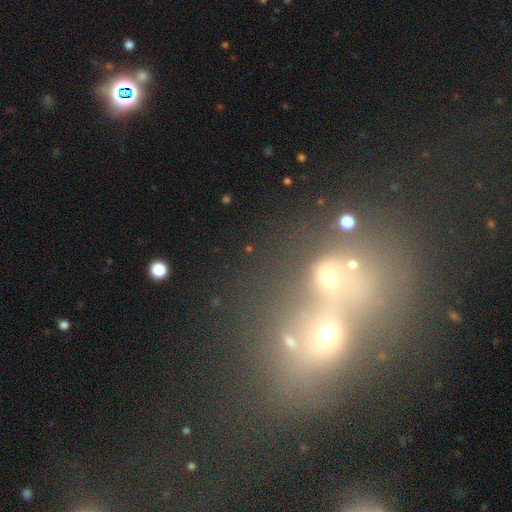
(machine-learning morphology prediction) type=star or artifact (40%).